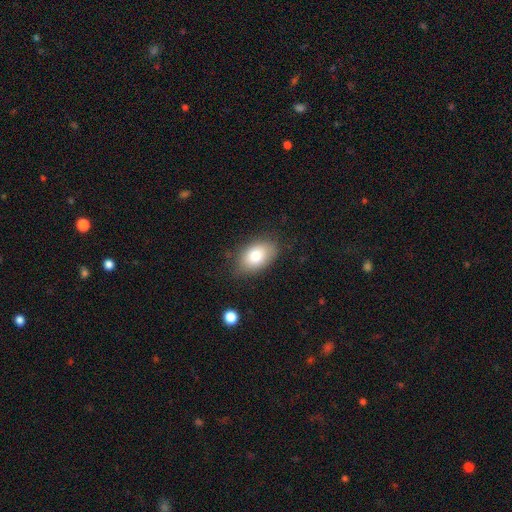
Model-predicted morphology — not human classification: A smooth galaxy with no disk features (79%) that is in between round and cigar-shaped (89%).

Vote fractions:
- Smooth or featured? smooth: 79% / featured or disk: 13% / star or artifact: 8%
- How rounded? in between: 89% / round: 9% / cigar-shaped: 1%
- Merging? none: 80% / minor disturbance: 15% / major disturbance: 4% / merger: 1%